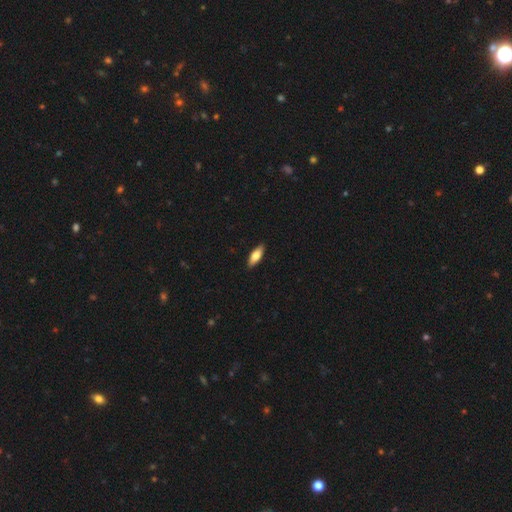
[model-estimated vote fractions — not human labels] Smooth or featured? Predicted: smooth (p=0.76). How rounded? Predicted: in between (p=0.68). Merging? Predicted: none (p=0.90).